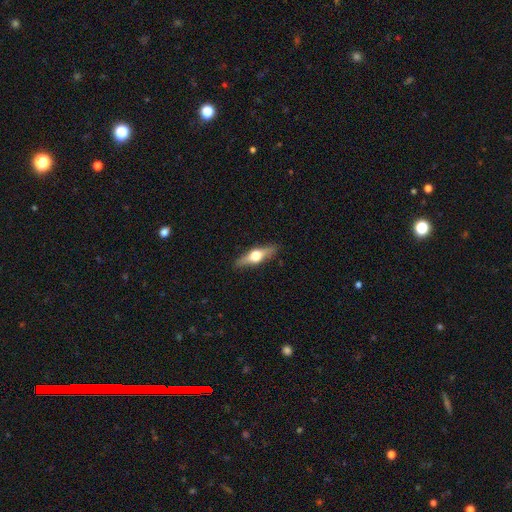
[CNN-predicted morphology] Smooth or featured? Predicted: featured or disk (p=0.62). Edge-on disk? Predicted: yes (p=0.94). Edge-on bulge? Predicted: rounded (p=0.96). Merging? Predicted: none (p=0.90).